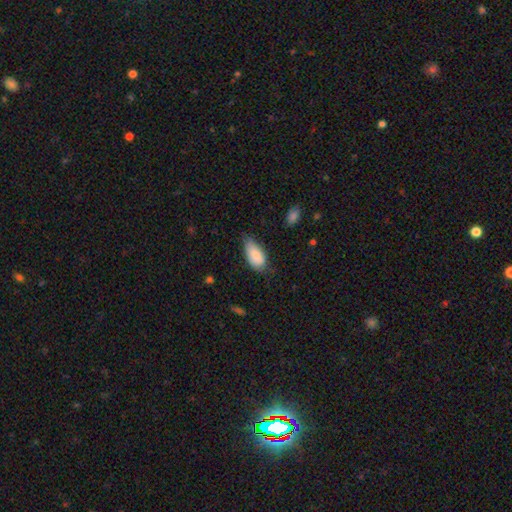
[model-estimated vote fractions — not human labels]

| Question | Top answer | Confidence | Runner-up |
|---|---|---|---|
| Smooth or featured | smooth | 84% | featured or disk (10%) |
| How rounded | in between | 93% | cigar-shaped (5%) |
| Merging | none | 46% | minor disturbance (43%) |